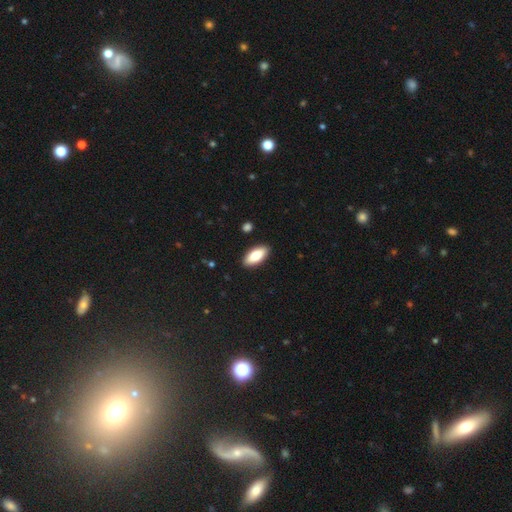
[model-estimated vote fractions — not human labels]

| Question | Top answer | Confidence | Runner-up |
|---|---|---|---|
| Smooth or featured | smooth | 80% | featured or disk (14%) |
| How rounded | in between | 85% | cigar-shaped (13%) |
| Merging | none | 90% | minor disturbance (8%) |